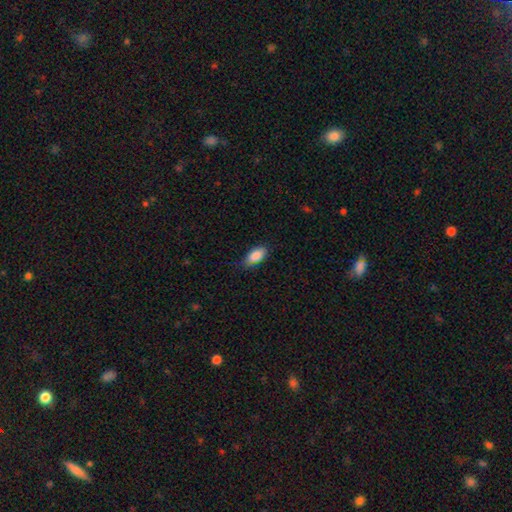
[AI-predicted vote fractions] This is clearly a smooth galaxy (88%). How rounded: clearly in between (91%). Merging: likely none (72%).